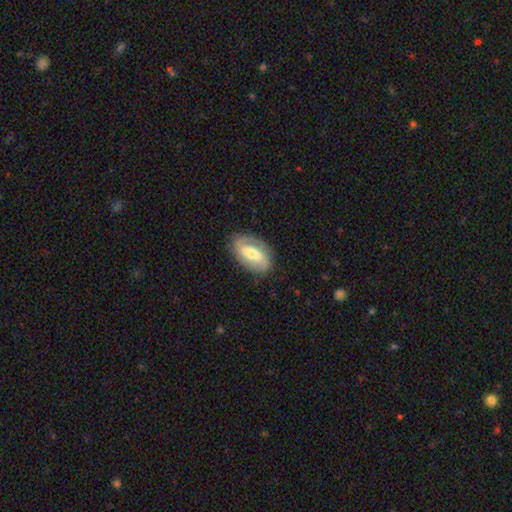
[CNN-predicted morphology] Smooth or featured?
  - featured or disk: 68% *
  - smooth: 26%
  - star or artifact: 6%
Edge-on disk?
  - no: 94% *
  - yes: 6%
Bar?
  - weak: 42% *
  - strong: 37%
  - no: 21%
Spiral arms?
  - yes: 81% *
  - no: 19%
Spiral winding?
  - medium: 39% *
  - tight: 36%
  - loose: 26%
Spiral arm count?
  - 2: 82% *
  - can't tell: 9%
  - 1: 5%
  - 3: 1%
  - 4: 1%
  - more than 4: 1%
Bulge size?
  - moderate: 65% *
  - small: 21%
  - large: 10%
  - none: 2%
  - dominant: 1%
Merging?
  - none: 83% *
  - minor disturbance: 13%
  - major disturbance: 4%
  - merger: 1%